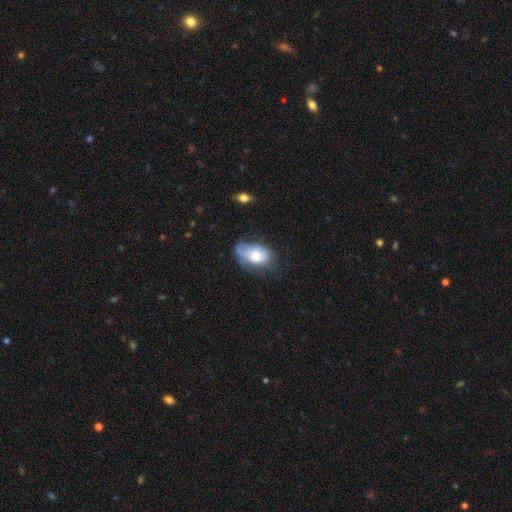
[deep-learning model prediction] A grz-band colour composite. It shows a smooth galaxy with no disk features (63%) that is in between round and cigar-shaped (85%). Merging: minor disturbance (36%).